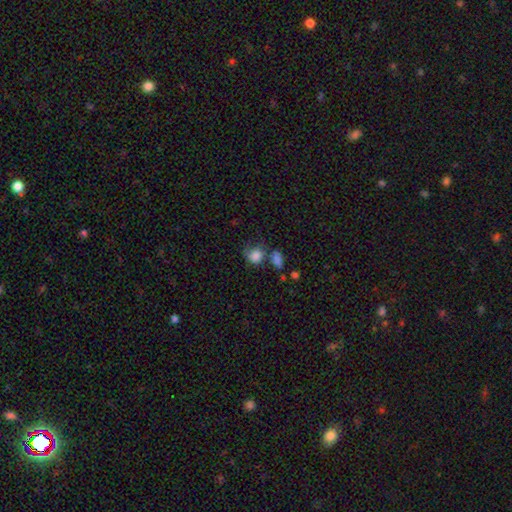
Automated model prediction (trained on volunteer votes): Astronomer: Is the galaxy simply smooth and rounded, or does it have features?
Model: smooth — 78%.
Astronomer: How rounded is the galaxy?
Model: round — 60% (runner-up: in between, 39%).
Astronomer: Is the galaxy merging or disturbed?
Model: none — 32% (runner-up: merger, 25%).